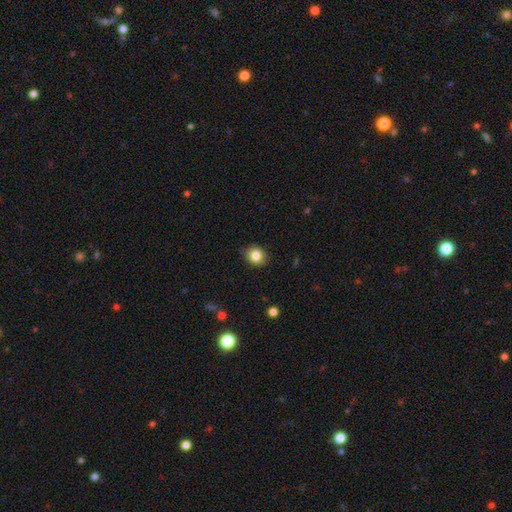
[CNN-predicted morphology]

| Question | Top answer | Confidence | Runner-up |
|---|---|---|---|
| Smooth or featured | smooth | 83% | star or artifact (10%) |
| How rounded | round | 66% | in between (33%) |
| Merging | none | 82% | minor disturbance (14%) |